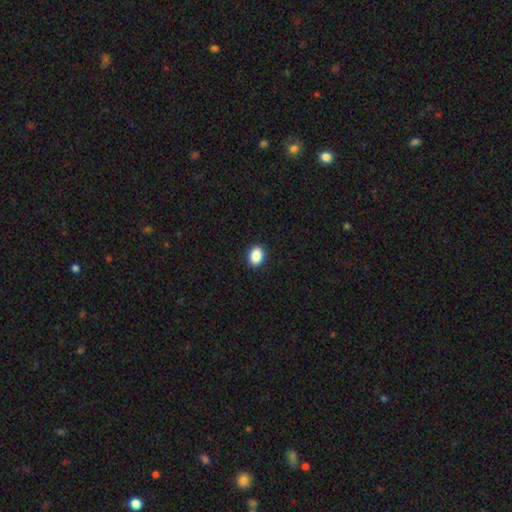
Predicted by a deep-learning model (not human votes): This appears to be a smooth galaxy with no disk features (89%) that is in between round and cigar-shaped (74%). Merging: none (91%).